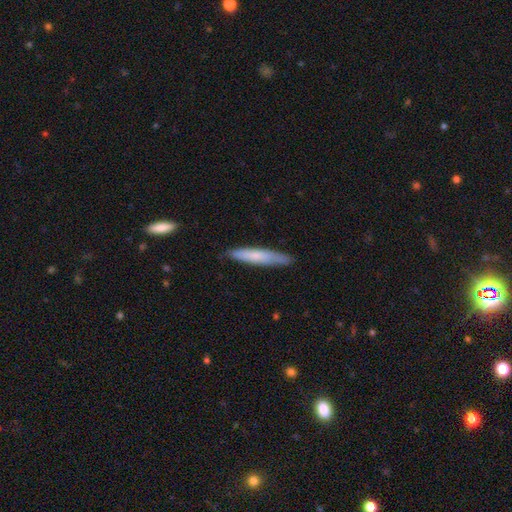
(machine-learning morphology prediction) Q: Smooth or featured?
A: smooth (68%); runner-up: featured or disk (27%)
Q: How rounded?
A: cigar-shaped (92%); runner-up: in between (6%)
Q: Merging?
A: none (85%); runner-up: minor disturbance (12%)